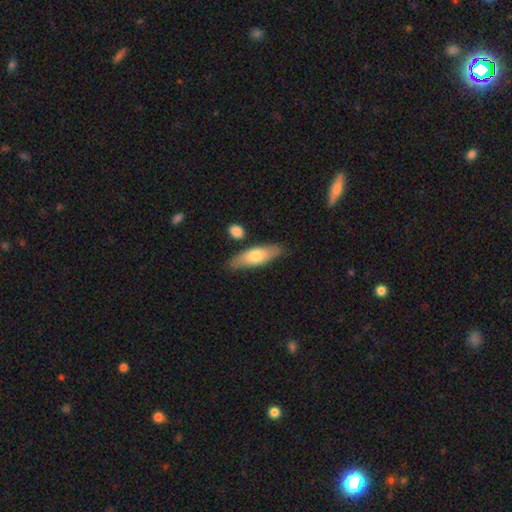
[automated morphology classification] Smooth or featured? Predicted: smooth (p=0.67). How rounded? Predicted: cigar-shaped (p=0.49). Merging? Predicted: none (p=0.79).